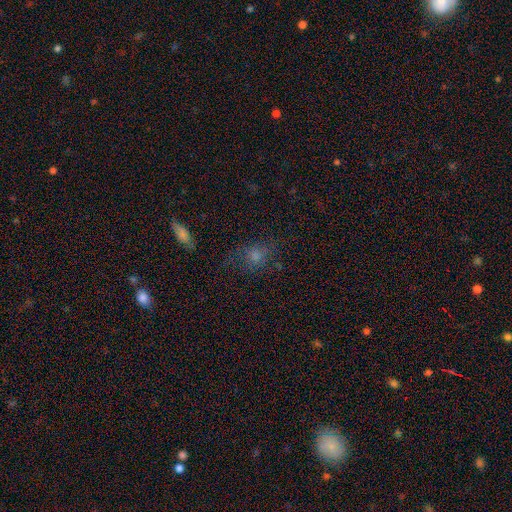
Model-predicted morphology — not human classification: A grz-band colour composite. It shows a smooth galaxy with no disk features (55%) that is round (61%). Merging: none (68%).